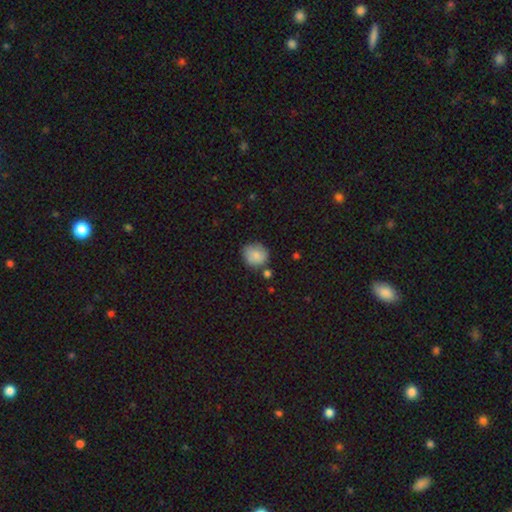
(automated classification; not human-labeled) A smooth galaxy with no disk features (82%) that is round (80%). Merging: none (66%).